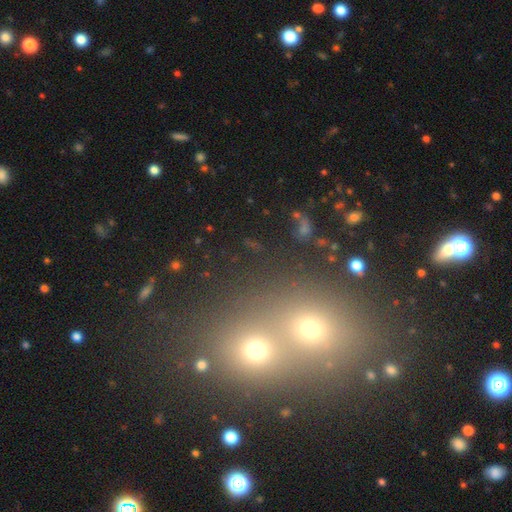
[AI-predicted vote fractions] A smooth galaxy with no disk features (47%). Merging: merger (52%).